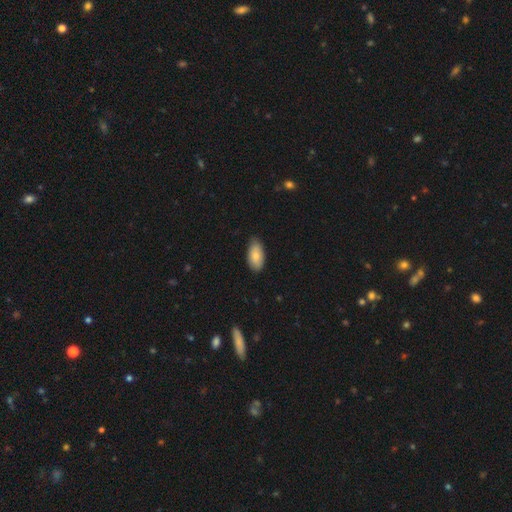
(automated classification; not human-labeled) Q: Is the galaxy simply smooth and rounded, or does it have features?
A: smooth — 81%.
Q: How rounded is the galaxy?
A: in between — 94%.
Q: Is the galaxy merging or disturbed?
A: none — 79%.